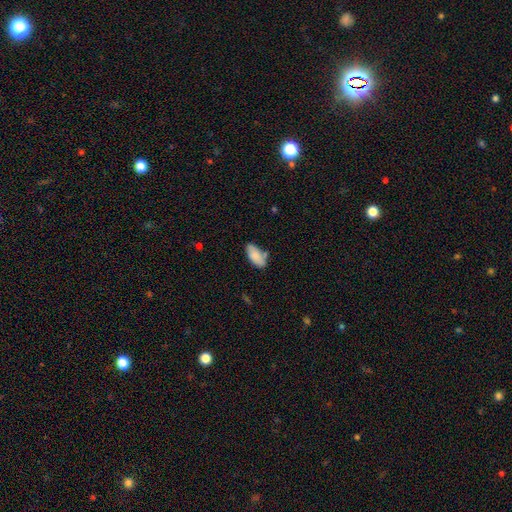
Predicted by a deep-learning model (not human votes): smooth 84%, featured or disk 9%, star or artifact 7%. Down the decision tree: how rounded — in between (90%); merging — none (65%).